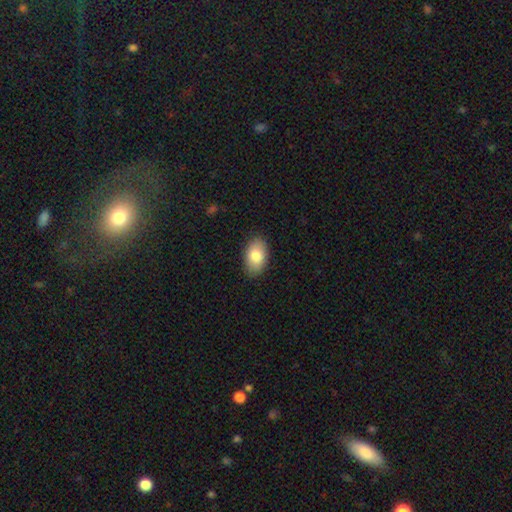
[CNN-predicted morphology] smooth-or-featured: smooth: 82% | featured or disk: 11% | star or artifact: 7%
  how-rounded: in between: 92% | round: 7% | cigar-shaped: 1%
  merging: none: 87% | minor disturbance: 10% | major disturbance: 2% | merger: 1%